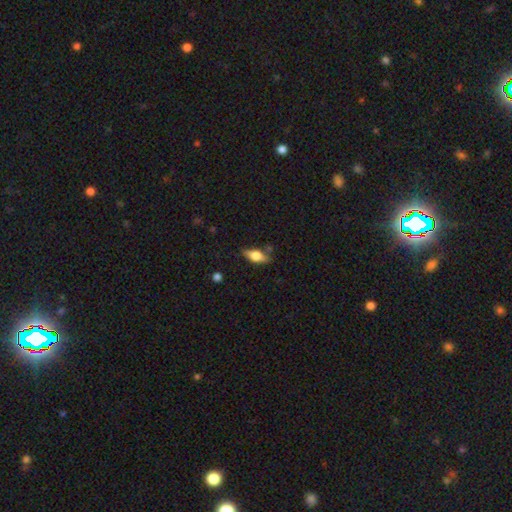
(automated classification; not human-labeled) Smooth or featured? Predicted: smooth (p=0.59). How rounded? Predicted: in between (p=0.77). Merging? Predicted: none (p=0.76).